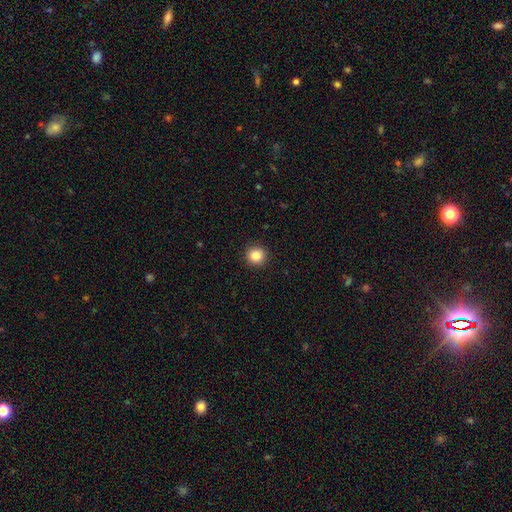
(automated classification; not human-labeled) Smooth or featured?
  - smooth: 85% *
  - star or artifact: 10%
  - featured or disk: 5%
How rounded?
  - round: 94% *
  - in between: 5%
  - cigar-shaped: 1%
Merging?
  - none: 93% *
  - minor disturbance: 4%
  - major disturbance: 2%
  - merger: 1%